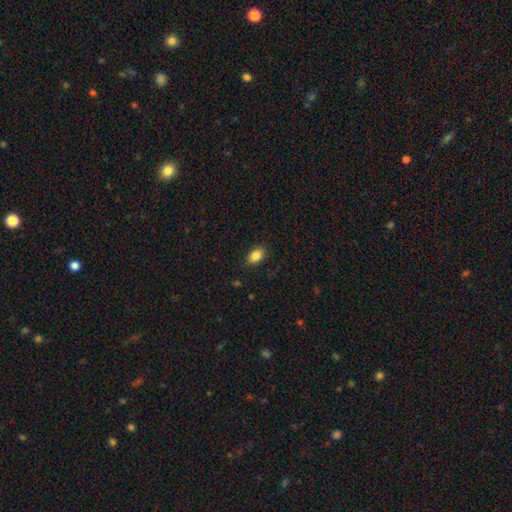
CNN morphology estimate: type=smooth (86%); roundness=in between (85%); merging=none (84%).